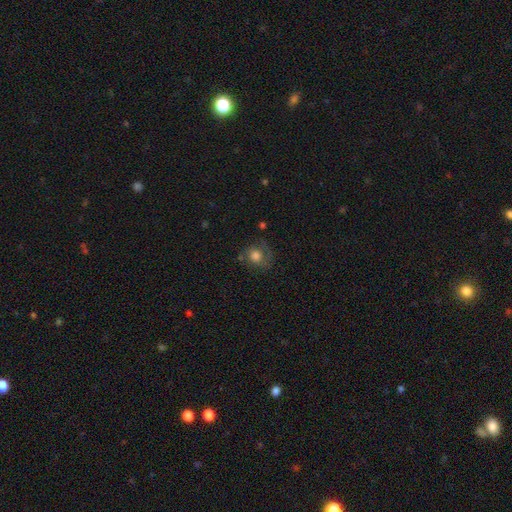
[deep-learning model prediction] This appears to be a smooth galaxy with no disk features (59%) that is round (76%). Merging: none (55%).